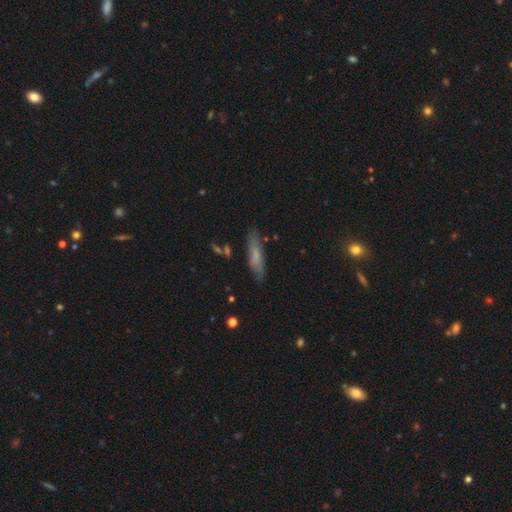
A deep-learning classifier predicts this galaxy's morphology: A smooth galaxy with no disk features (63%) that is cigar-shaped (70%).

Vote fractions:
- Smooth or featured? smooth: 63% / featured or disk: 29% / star or artifact: 8%
- How rounded? cigar-shaped: 70% / in between: 28% / round: 2%
- Merging? none: 78% / minor disturbance: 16% / major disturbance: 4% / merger: 3%